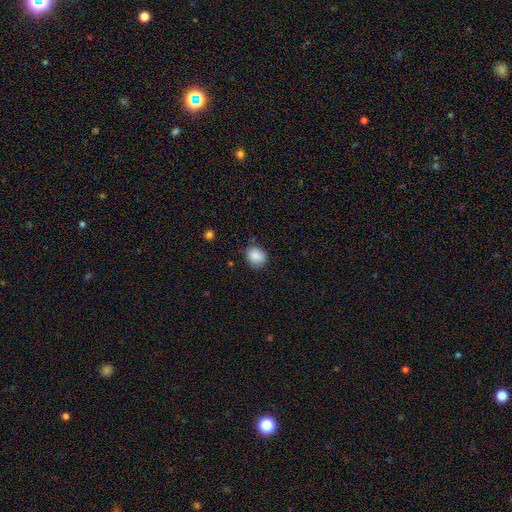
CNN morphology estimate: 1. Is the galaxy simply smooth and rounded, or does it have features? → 87% smooth, 8% star or artifact, 4% featured or disk.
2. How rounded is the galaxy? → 60% round, 40% in between, 1% cigar-shaped.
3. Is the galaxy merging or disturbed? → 77% none, 18% minor disturbance, 4% major disturbance, 2% merger.